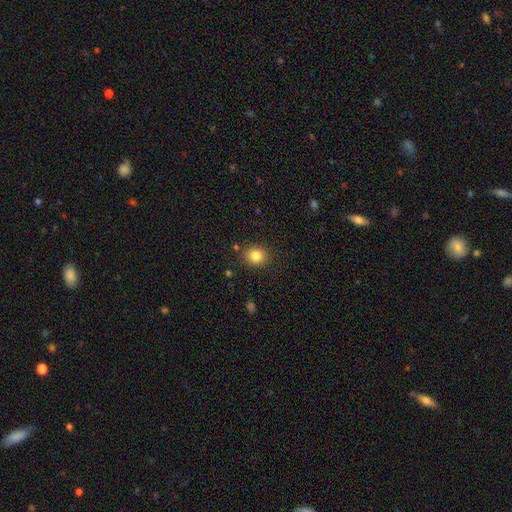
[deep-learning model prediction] The model was most divided on "how rounded": round: 76%, in between: 24%, cigar-shaped: 1%. More confident: merging — none (86%); smooth or featured — smooth (82%).